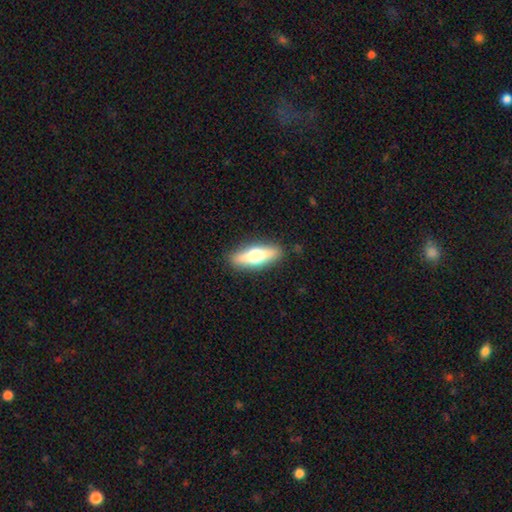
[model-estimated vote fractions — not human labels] Morphology: type=featured or disk (54%); edge-on=yes (91%); merging=none (89%).